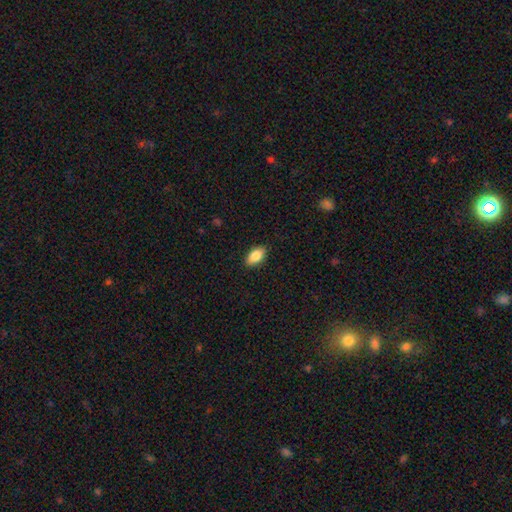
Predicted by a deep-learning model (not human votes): Q: Smooth or featured?
A: smooth (87%); runner-up: star or artifact (7%)
Q: How rounded?
A: in between (93%); runner-up: round (5%)
Q: Merging?
A: none (88%); runner-up: minor disturbance (9%)